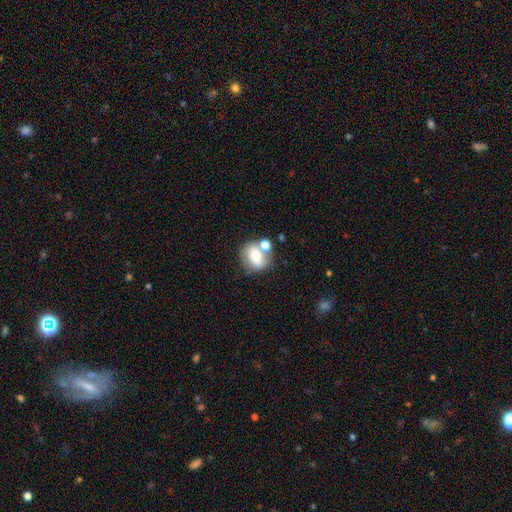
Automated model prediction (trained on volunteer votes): The model was most divided on "how rounded": round: 58%, in between: 40%, cigar-shaped: 1%. Remaining: smooth or featured — smooth (58%); merging — none (50%).